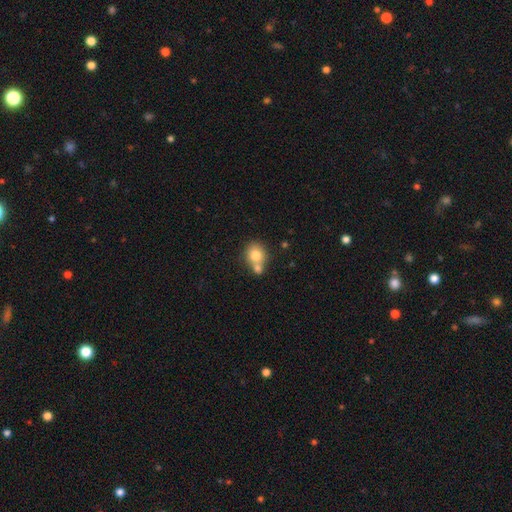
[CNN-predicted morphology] The model was most divided on "merging": merger: 46%, none: 42%, minor disturbance: 9%, major disturbance: 3%. More confident: smooth or featured — smooth (77%); how rounded — round (77%).